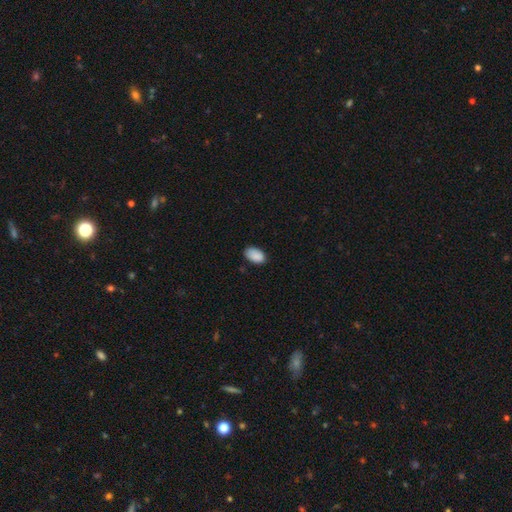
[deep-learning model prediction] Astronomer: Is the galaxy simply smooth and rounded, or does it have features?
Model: smooth — 89%.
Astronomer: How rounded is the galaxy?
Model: in between — 94%.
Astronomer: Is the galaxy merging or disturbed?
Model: none — 79%.